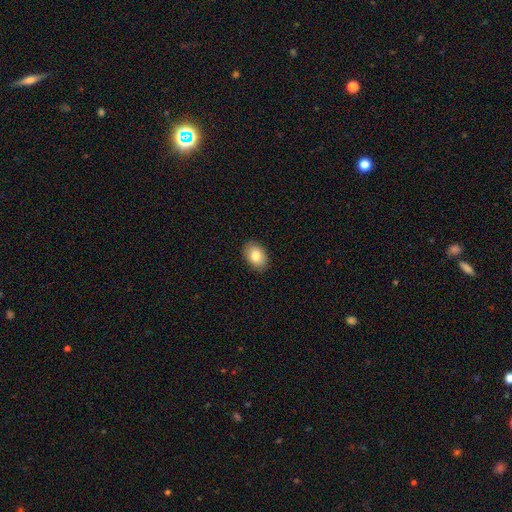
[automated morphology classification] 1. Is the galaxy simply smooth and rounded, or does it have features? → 83% smooth, 10% featured or disk, 7% star or artifact.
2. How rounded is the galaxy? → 85% in between, 14% round, 1% cigar-shaped.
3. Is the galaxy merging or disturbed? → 89% none, 8% minor disturbance, 2% major disturbance, 1% merger.